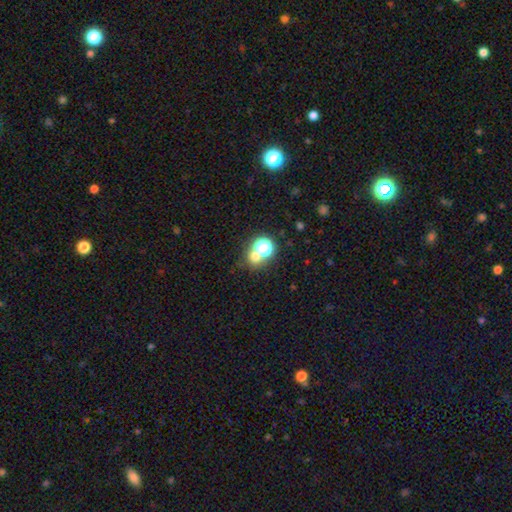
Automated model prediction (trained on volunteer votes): Smooth or featured? Predicted: smooth (p=0.57). How rounded? Predicted: round (p=0.82). Merging? Predicted: none (p=0.56).